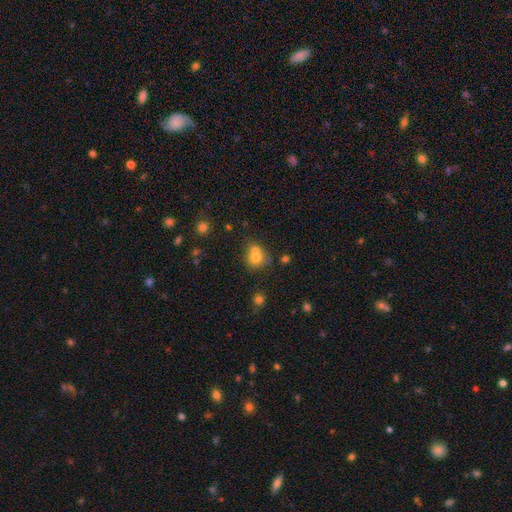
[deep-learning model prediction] Smooth or featured? smooth (72%)
How rounded? round (70%)
Merging? merger (53%)